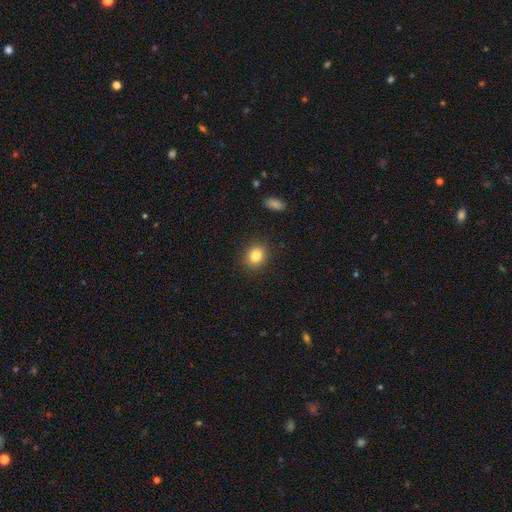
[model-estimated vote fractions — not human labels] smooth_or_featured: smooth (p=0.84) [alt: star or artifact p=0.10]
how_rounded: round (p=0.68) [alt: in between p=0.31]
merging: none (p=0.89) [alt: minor disturbance p=0.07]